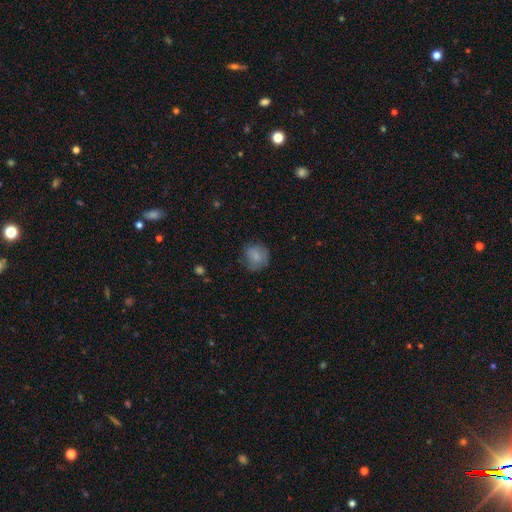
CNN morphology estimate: This is likely a smooth galaxy (79%). How rounded: likely round (80%). Merging: likely none (70%).